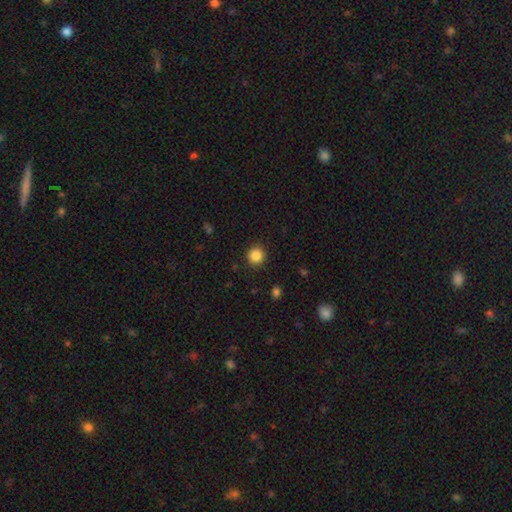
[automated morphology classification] A smooth galaxy with no disk features (86%) that is round (92%).

Vote fractions:
- Smooth or featured? smooth: 86% / star or artifact: 10% / featured or disk: 3%
- How rounded? round: 92% / in between: 7% / cigar-shaped: 1%
- Merging? none: 90% / minor disturbance: 6% / major disturbance: 2% / merger: 1%